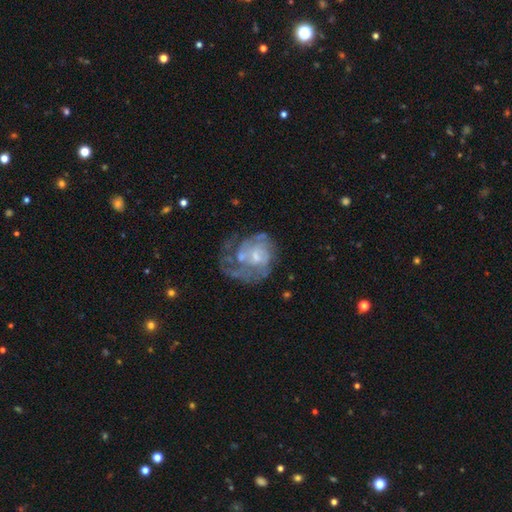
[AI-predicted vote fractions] This is likely a featured or disk galaxy (75%). It is clearly not viewed edge-on (98%). Bar: likely no (62%). Spiral arm pattern: likely yes (69%). Spiral arm count: marginally can't tell (44%). Spiral winding: marginally tight (45%). Central bulge: possibly small (46%). Merging: marginally none (37%).